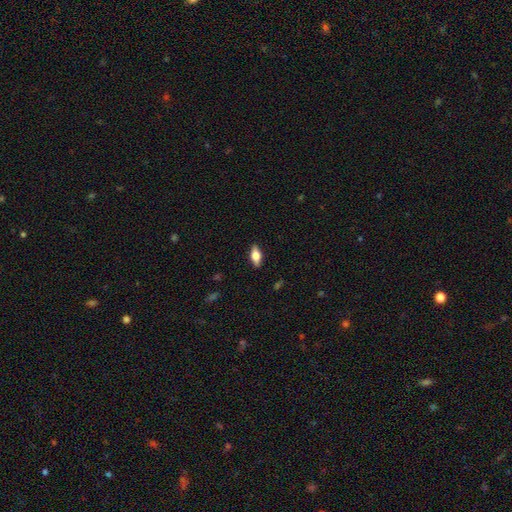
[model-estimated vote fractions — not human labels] The model was most divided on "smooth or featured": smooth: 56%, featured or disk: 37%, star or artifact: 7%. More confident: merging — none (88%); how rounded — in between (76%).